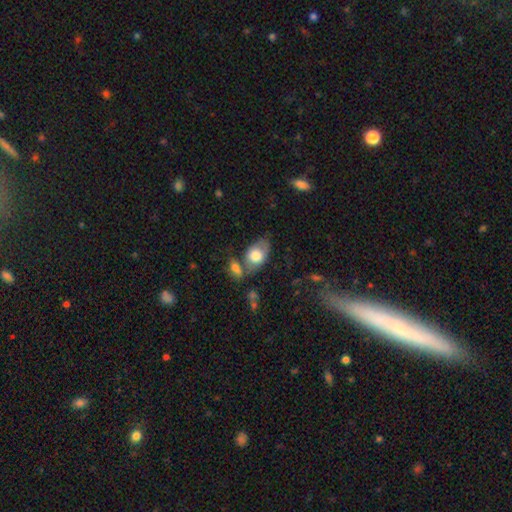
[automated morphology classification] A smooth galaxy with no disk features (71%) that is in between round and cigar-shaped (87%).

Vote fractions:
- Smooth or featured? smooth: 71% / featured or disk: 22% / star or artifact: 6%
- How rounded? in between: 87% / round: 11% / cigar-shaped: 2%
- Merging? none: 49% / minor disturbance: 21% / merger: 21% / major disturbance: 8%